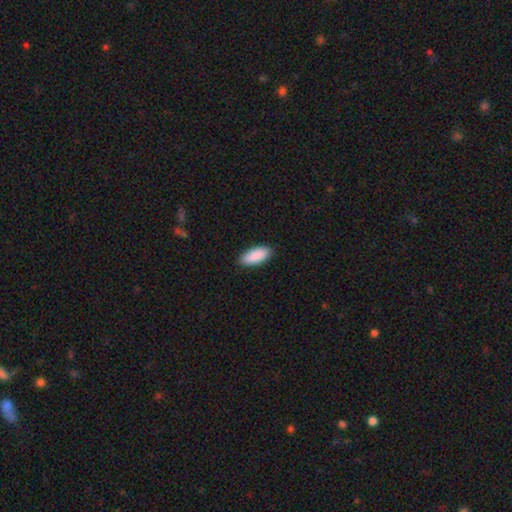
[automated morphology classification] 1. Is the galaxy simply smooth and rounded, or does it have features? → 91% smooth, 6% star or artifact, 3% featured or disk.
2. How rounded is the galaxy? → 87% in between, 11% cigar-shaped, 2% round.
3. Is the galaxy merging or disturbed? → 89% none, 8% minor disturbance, 2% major disturbance, 1% merger.